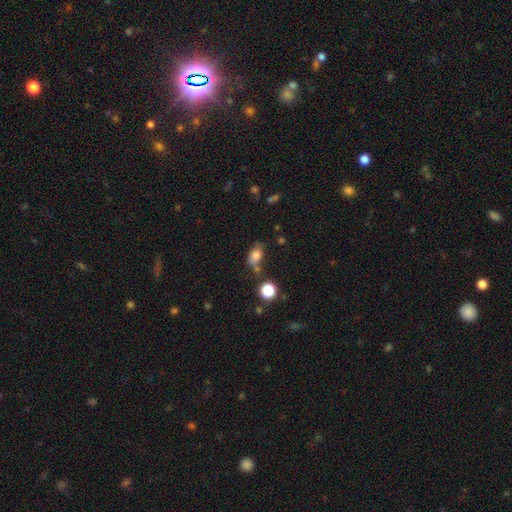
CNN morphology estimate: Smooth or featured: smooth — 73% (featured or disk — 15%)
How rounded: in between — 79% (round — 18%)
Merging: none — 52% (minor disturbance — 24%)